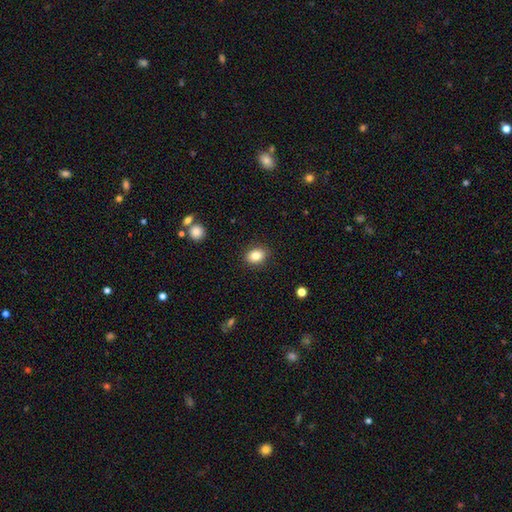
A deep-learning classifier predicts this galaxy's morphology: A smooth galaxy with no disk features (84%) that is in between round and cigar-shaped (63%). Merging: none (88%).